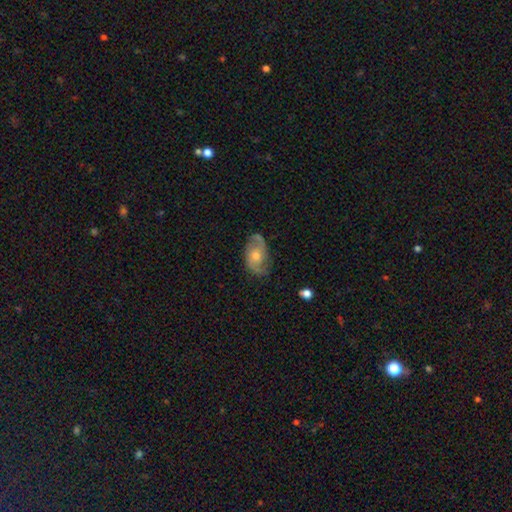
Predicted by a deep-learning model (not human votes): Morphology: type=featured or disk (71%); edge-on=no (95%); bar=no (66%); spiral arms=yes (86%); winding=medium (48%); arm count=2 (83%); bulge=moderate (63%); merging=none (72%).